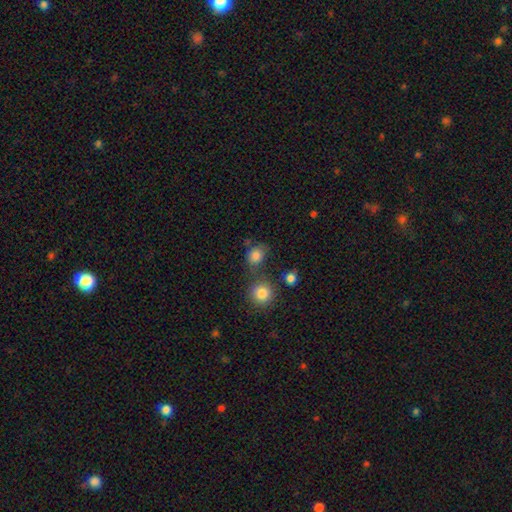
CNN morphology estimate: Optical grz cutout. It shows a smooth galaxy with no disk features (81%) that is round (66%). Merging: none (59%).